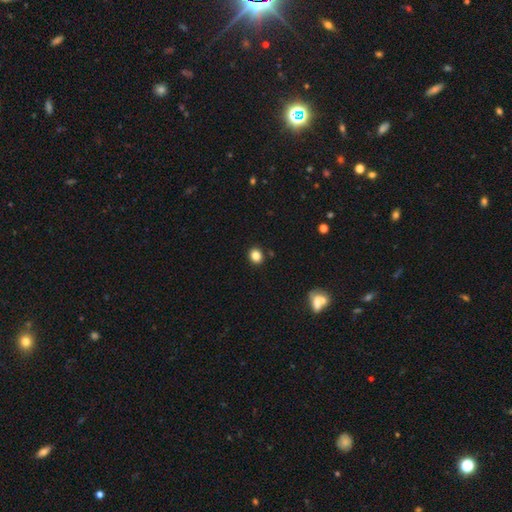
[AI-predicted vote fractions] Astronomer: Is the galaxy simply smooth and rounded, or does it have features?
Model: smooth — 84%.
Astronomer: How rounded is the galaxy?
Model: round — 72%.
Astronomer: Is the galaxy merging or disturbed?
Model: none — 90%.